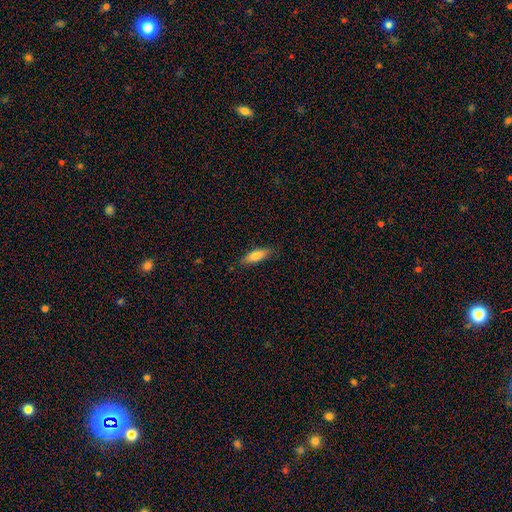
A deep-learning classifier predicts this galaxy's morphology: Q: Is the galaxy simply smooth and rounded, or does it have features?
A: smooth — 75%.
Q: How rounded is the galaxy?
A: in between — 52%.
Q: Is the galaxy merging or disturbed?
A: none — 83%.